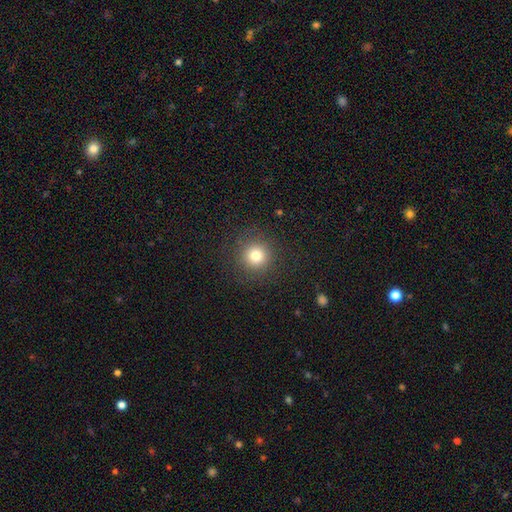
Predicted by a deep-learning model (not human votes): This appears to be a smooth galaxy with no disk features (79%) that is round (95%). Merging: none (88%).